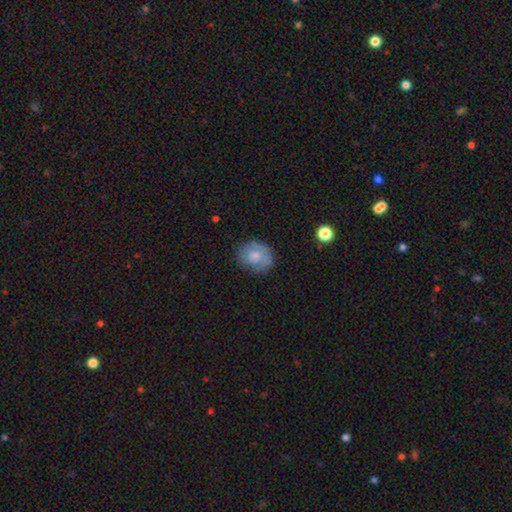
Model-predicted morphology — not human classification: This appears to be a smooth galaxy with no disk features (66%) that is round (67%). Merging: none (68%).